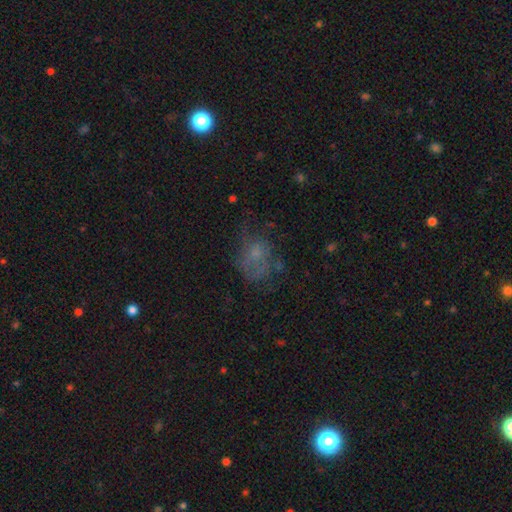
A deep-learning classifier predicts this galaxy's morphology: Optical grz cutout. It shows a smooth galaxy with no disk features (46%). Merging: none (40%).